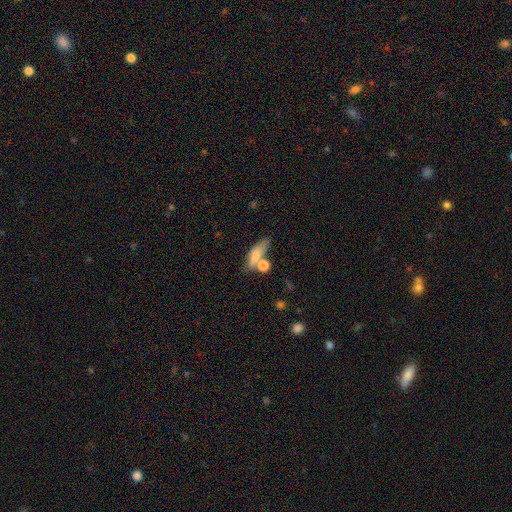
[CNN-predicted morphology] This appears to be a smooth galaxy with no disk features (73%) that is in between round and cigar-shaped (50%). Merging: none (50%).